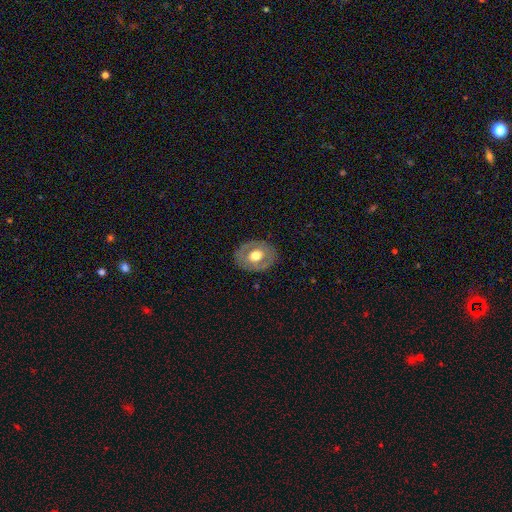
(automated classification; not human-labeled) Smooth or featured: featured or disk — 49% (smooth — 45%)
Merging: none — 82% (minor disturbance — 13%)